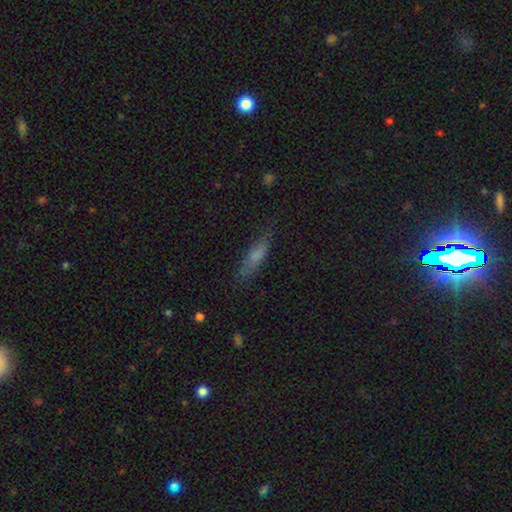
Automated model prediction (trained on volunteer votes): Q: Smooth or featured?
A: smooth (68%); runner-up: featured or disk (22%)
Q: How rounded?
A: cigar-shaped (67%); runner-up: in between (30%)
Q: Merging?
A: none (74%); runner-up: minor disturbance (19%)